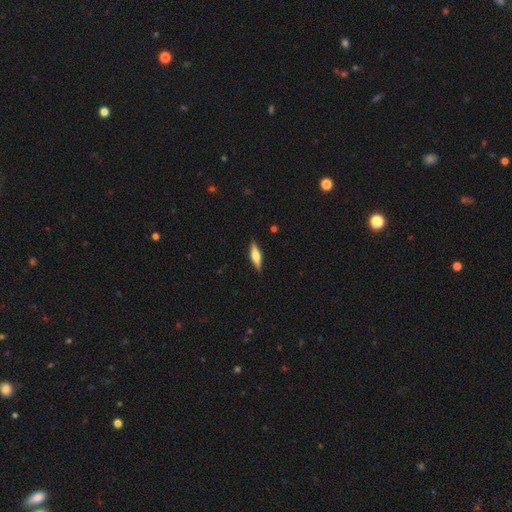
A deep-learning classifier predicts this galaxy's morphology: This is possibly a featured or disk galaxy (50%). Merging: clearly none (89%).